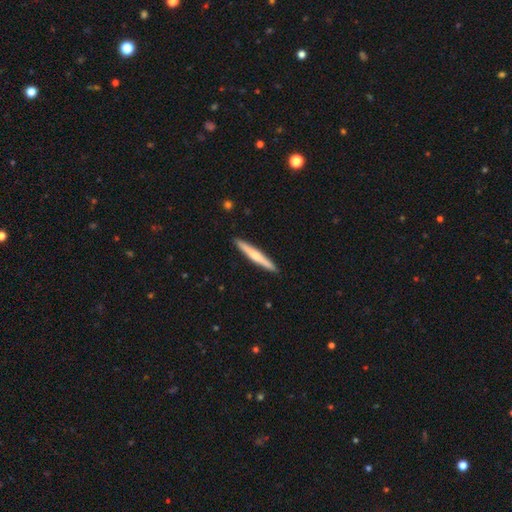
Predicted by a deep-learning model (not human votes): Smooth or featured? Predicted: featured or disk (p=0.51). Edge-on disk? Predicted: yes (p=0.97). Merging? Predicted: none (p=0.92).